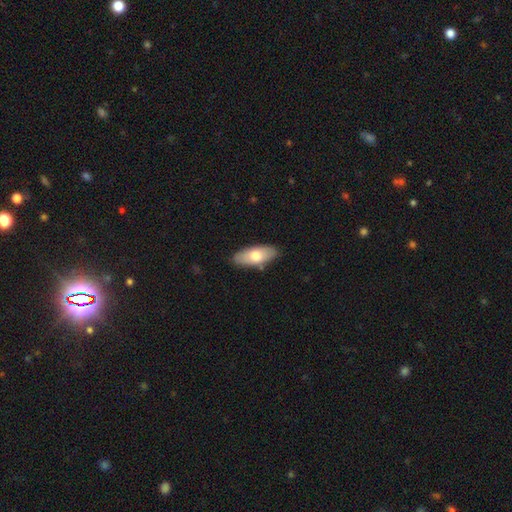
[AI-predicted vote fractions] Overall: smooth (69%). How rounded: in between (84%). Merging: none (83%).